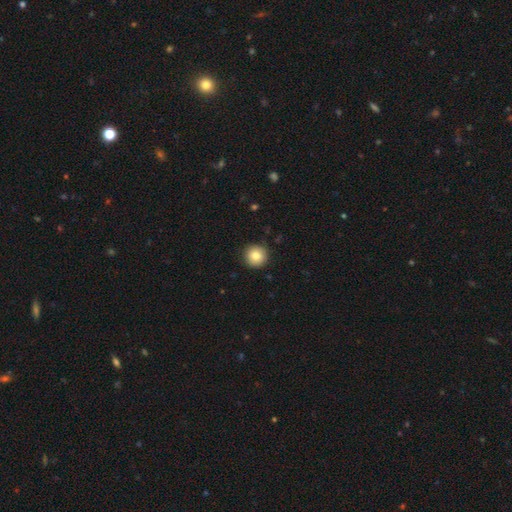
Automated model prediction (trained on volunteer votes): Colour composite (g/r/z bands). It shows a smooth galaxy with no disk features (82%) that is round (95%). Merging: none (91%).